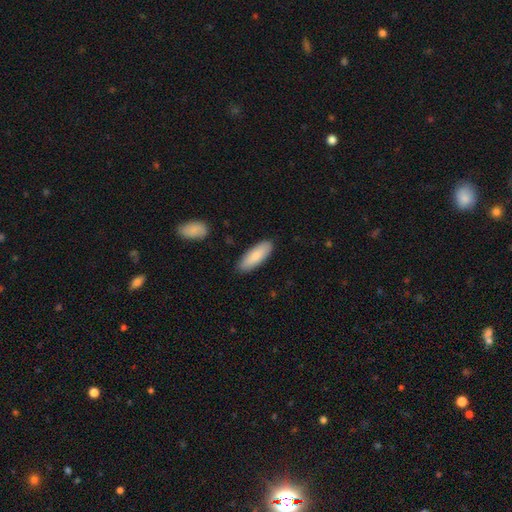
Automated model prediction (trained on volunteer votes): Q: Smooth or featured?
A: smooth (84%); runner-up: featured or disk (11%)
Q: How rounded?
A: in between (66%); runner-up: cigar-shaped (33%)
Q: Merging?
A: none (87%); runner-up: minor disturbance (9%)